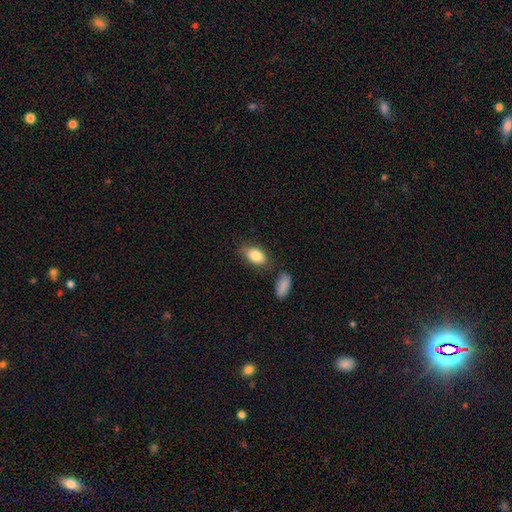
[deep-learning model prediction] Smooth or featured? smooth (83%)
How rounded? in between (90%)
Merging? none (70%)